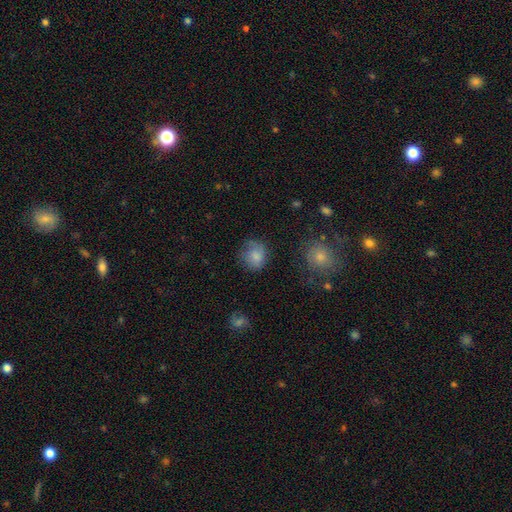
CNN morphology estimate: Smooth or featured? smooth (78%)
How rounded? round (69%)
Merging? none (62%)